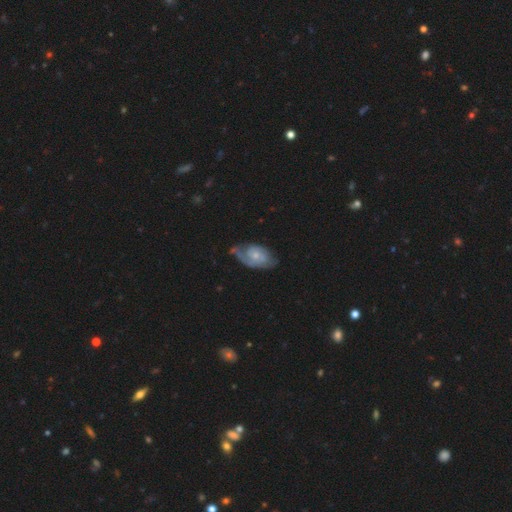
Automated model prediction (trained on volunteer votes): Smooth or featured? featured or disk (70%)
Edge-on disk? no (95%)
Bar? no (72%)
Spiral arms? yes (86%)
Spiral winding? tight (46%)
Spiral arm count? 2 (43%)
Bulge size? small (54%)
Merging? none (48%)